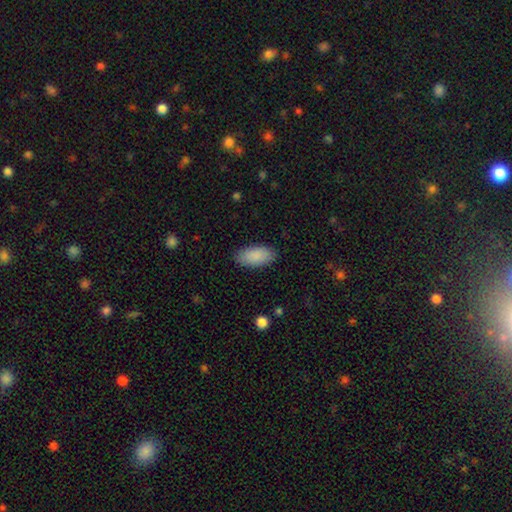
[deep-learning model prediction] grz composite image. It shows a smooth galaxy with no disk features (89%) that is in between round and cigar-shaped (93%). Merging: none (87%).